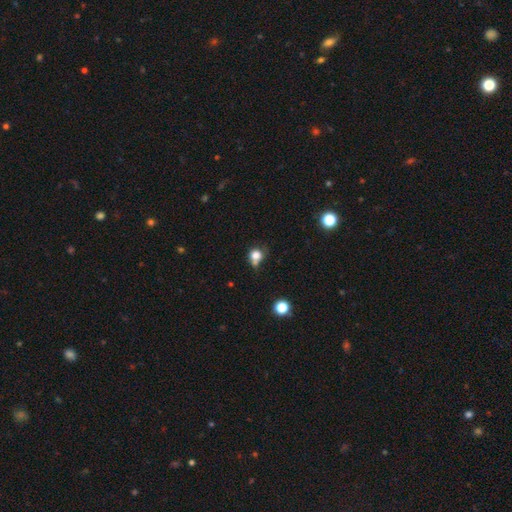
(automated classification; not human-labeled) Smooth or featured: smooth — 78% (star or artifact — 13%)
How rounded: round — 79% (in between — 19%)
Merging: none — 44% (merger — 23%)